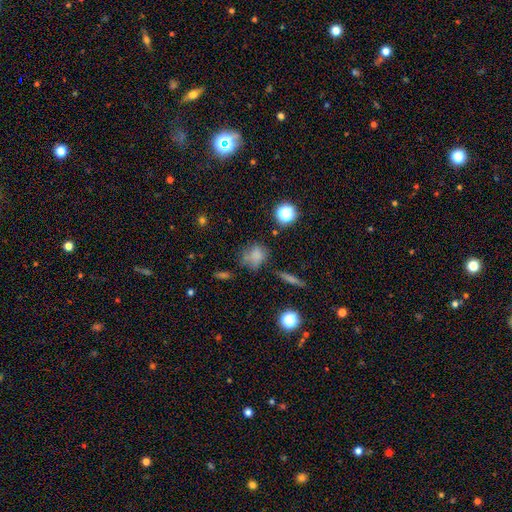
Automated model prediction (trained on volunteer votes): Q: Smooth or featured?
A: smooth (69%); runner-up: star or artifact (16%)
Q: How rounded?
A: round (69%); runner-up: in between (29%)
Q: Merging?
A: none (55%); runner-up: minor disturbance (24%)